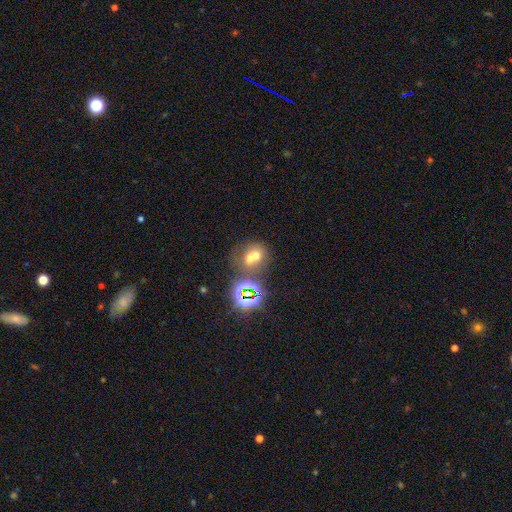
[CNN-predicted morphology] The model was most divided on "smooth or featured": smooth: 53%, star or artifact: 25%, featured or disk: 22%. More confident: how rounded — round (69%); merging — merger (59%).